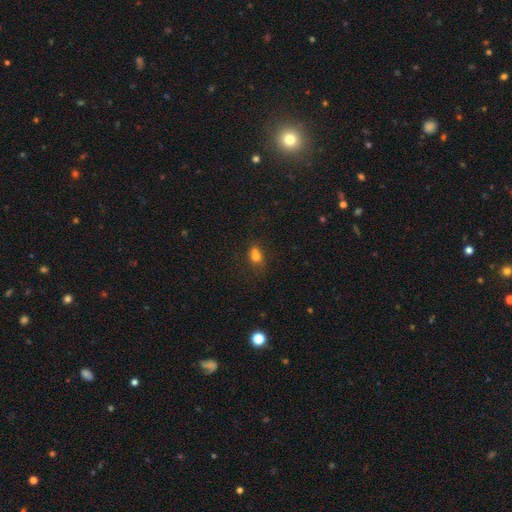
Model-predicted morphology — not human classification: type=smooth (71%); roundness=in between (62%); merging=none (37%).